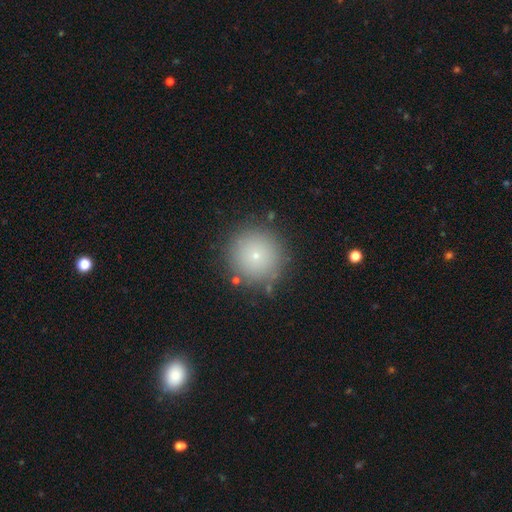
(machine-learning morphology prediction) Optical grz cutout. It shows a smooth galaxy with no disk features (74%) that is round (96%). Merging: none (87%).